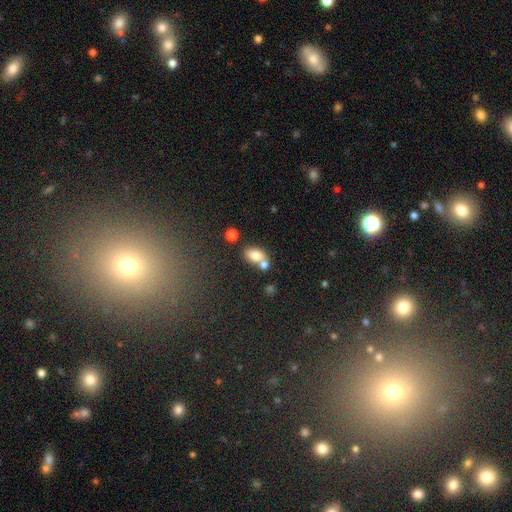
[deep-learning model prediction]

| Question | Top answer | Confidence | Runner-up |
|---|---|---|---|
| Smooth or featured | smooth | 78% | featured or disk (12%) |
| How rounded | in between | 83% | round (16%) |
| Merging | none | 45% | merger (39%) |